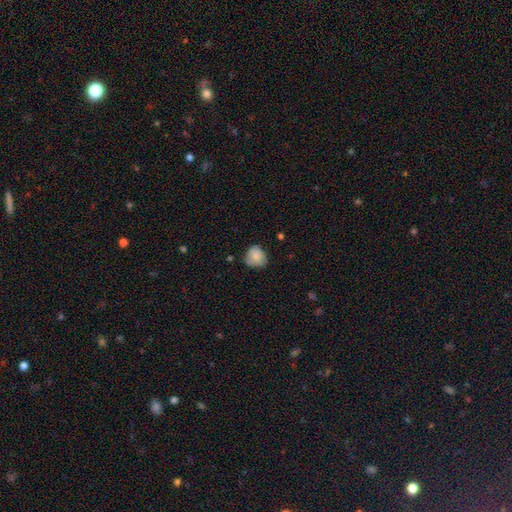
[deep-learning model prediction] A smooth galaxy with no disk features (82%) that is round (71%).

Vote fractions:
- Smooth or featured? smooth: 82% / featured or disk: 11% / star or artifact: 8%
- How rounded? round: 71% / in between: 28% / cigar-shaped: 1%
- Merging? none: 61% / minor disturbance: 31% / major disturbance: 6% / merger: 2%